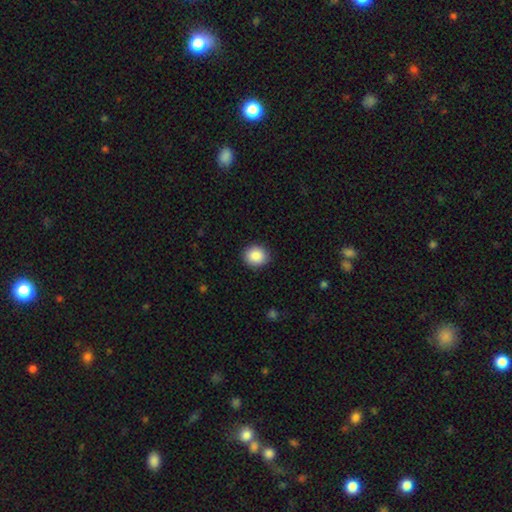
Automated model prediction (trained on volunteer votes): This appears to be a smooth galaxy with no disk features (88%) that is round (78%). Merging: none (90%).